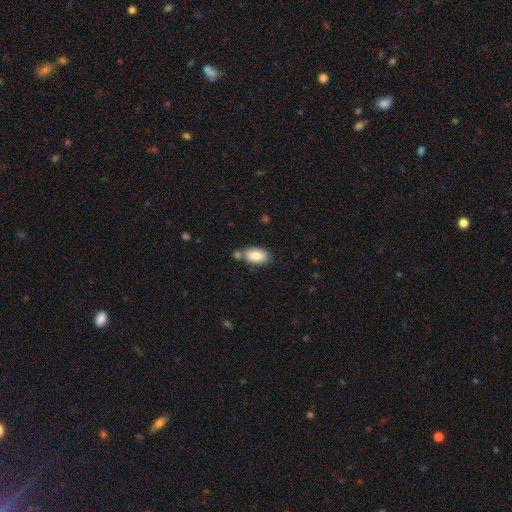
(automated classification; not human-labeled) smooth 84%, featured or disk 9%, star or artifact 7%. Down the decision tree: how rounded — in between (93%); merging — none (62%).